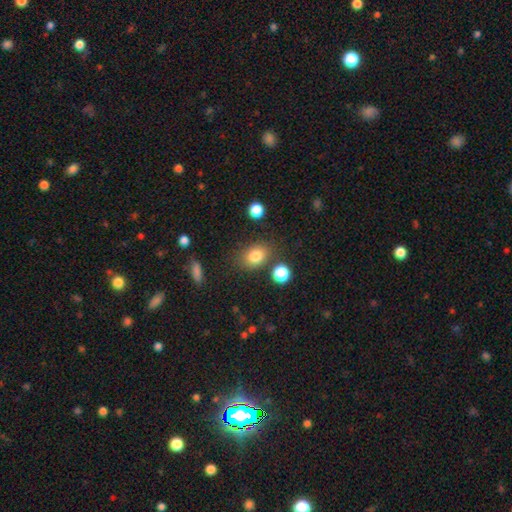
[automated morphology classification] smooth-or-featured: smooth: 81% | star or artifact: 11% | featured or disk: 8%
  how-rounded: in between: 64% | round: 35% | cigar-shaped: 1%
  merging: none: 76% | minor disturbance: 13% | merger: 7% | major disturbance: 4%